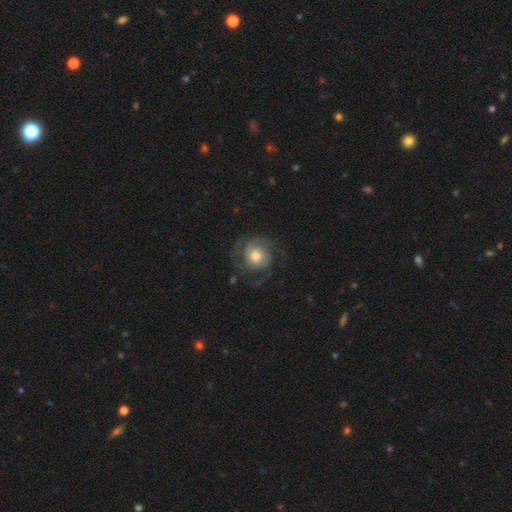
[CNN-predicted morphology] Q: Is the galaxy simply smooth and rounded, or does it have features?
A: featured or disk — 75%.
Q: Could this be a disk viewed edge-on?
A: no — 98%.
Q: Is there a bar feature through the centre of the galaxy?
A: no — 76%.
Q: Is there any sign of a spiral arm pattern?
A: yes — 92%.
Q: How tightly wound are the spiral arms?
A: tight — 43%.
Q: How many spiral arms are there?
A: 2 — 51%.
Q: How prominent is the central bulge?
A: moderate — 63%.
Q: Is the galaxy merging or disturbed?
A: none — 65%.